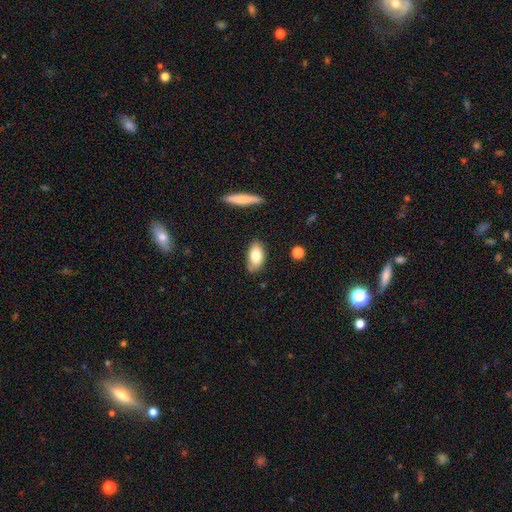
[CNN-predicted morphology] type=smooth (78%); roundness=in between (91%); merging=none (76%).